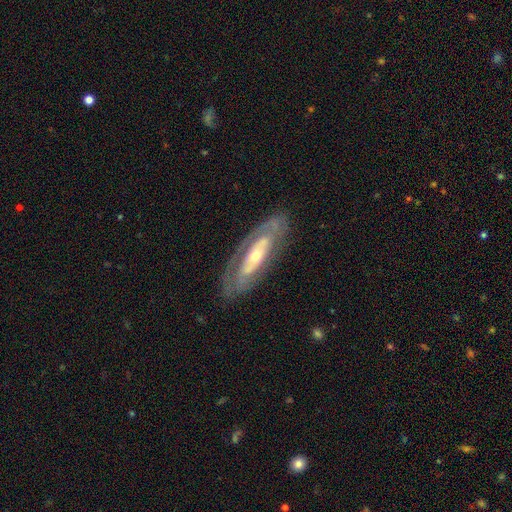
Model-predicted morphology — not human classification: This is likely a featured or disk galaxy (75%). It is likely not viewed edge-on (80%). Bar: likely no (69%). Spiral arm pattern: possibly yes (56%). Central bulge: possibly moderate (47%). Merging: likely none (77%).